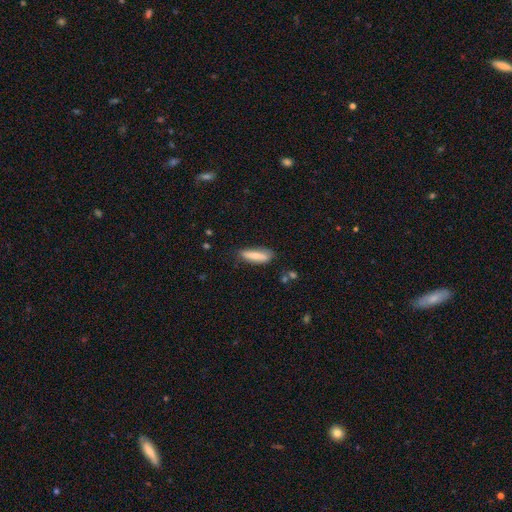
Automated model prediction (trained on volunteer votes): This appears to be a smooth galaxy with no disk features (71%) that is cigar-shaped (53%). Merging: none (73%).